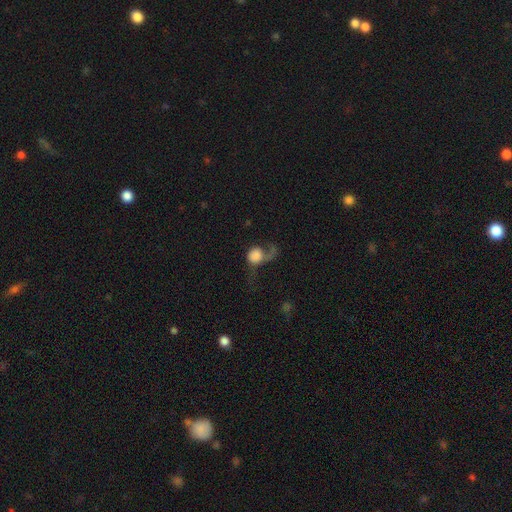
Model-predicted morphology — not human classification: smooth-or-featured: smooth: 63% | featured or disk: 28% | star or artifact: 9%
  how-rounded: round: 73% | in between: 25% | cigar-shaped: 1%
  merging: major disturbance: 55% | none: 22% | minor disturbance: 14% | merger: 9%